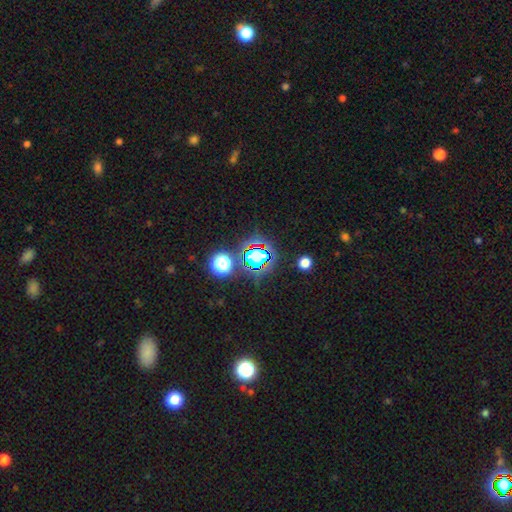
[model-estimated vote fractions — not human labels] A star or artifact, not a galaxy (61%).